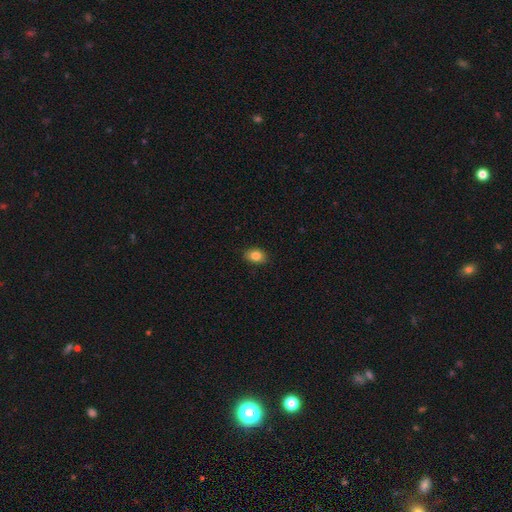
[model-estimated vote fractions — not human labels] The model was most divided on "how rounded": in between: 75%, round: 23%, cigar-shaped: 1%. More confident: merging — none (87%); smooth or featured — smooth (85%).